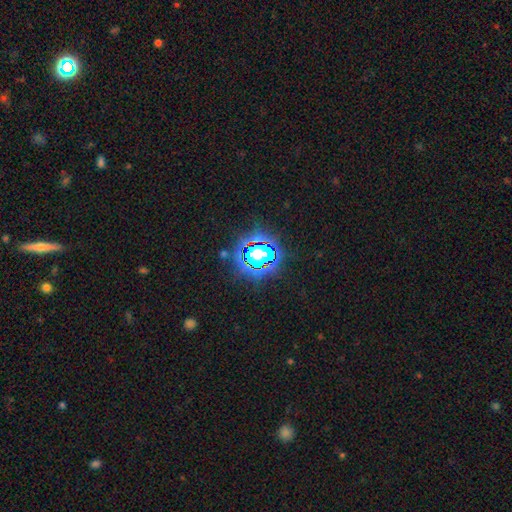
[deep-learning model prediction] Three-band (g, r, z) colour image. It shows a star or artifact, not a galaxy (80%).